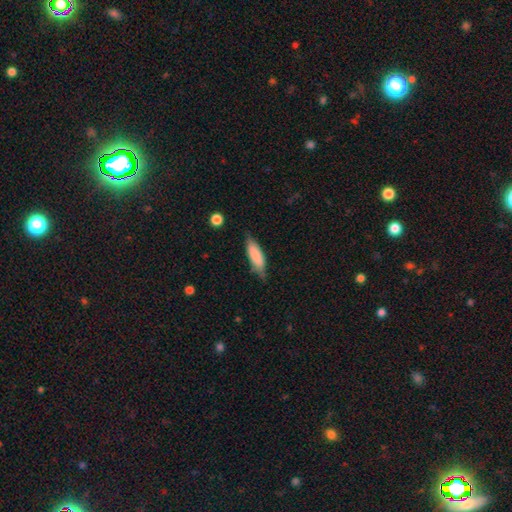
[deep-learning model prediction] Overall: smooth (81%). How rounded: in between (55%; cigar-shaped 43%). Merging: none (65%; minor disturbance 27%).